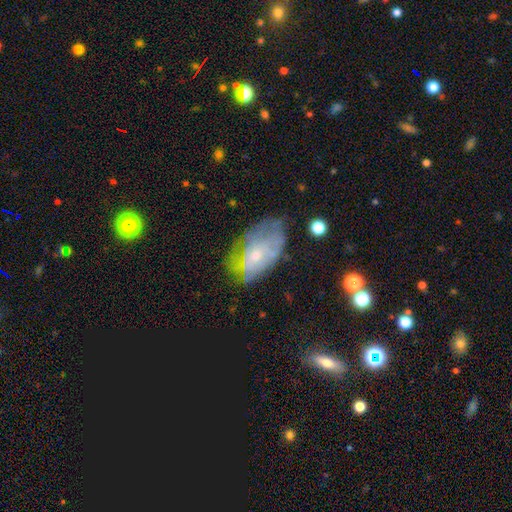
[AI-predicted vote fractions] A featured or disk galaxy (58%) with no bar (80%), spiral arms (52%) and a small central bulge (67%).

Vote fractions:
- Smooth or featured? featured or disk: 58% / smooth: 32% / star or artifact: 10%
- Edge-on disk? no: 93% / yes: 7%
- Bar? no: 80% / weak: 17% / strong: 3%
- Spiral arms? yes: 52% / no: 48%
- Bulge size? small: 67% / moderate: 27% / none: 4% / large: 2% / dominant: 1%
- Merging? none: 50% / minor disturbance: 29% / major disturbance: 18% / merger: 3%